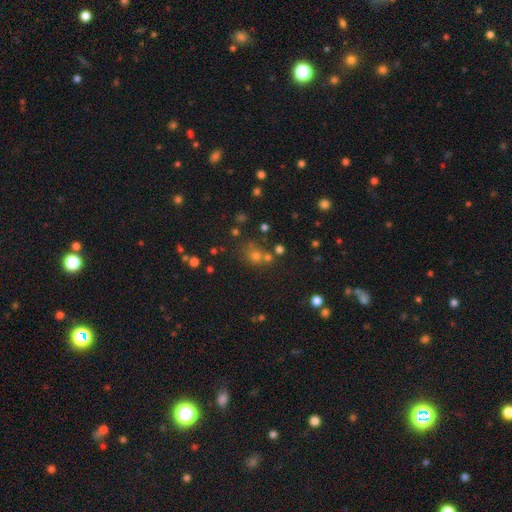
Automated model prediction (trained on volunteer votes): Overall: smooth (58%; star or artifact 32%). How rounded: round (80%). Merging: none (60%; merger 23%).